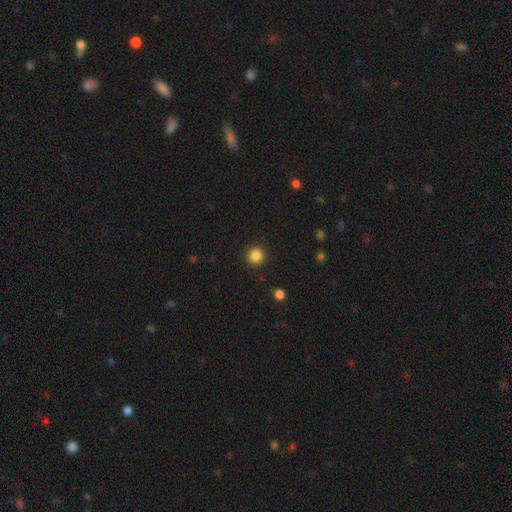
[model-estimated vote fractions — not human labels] Smooth or featured?
  - smooth: 85% *
  - star or artifact: 12%
  - featured or disk: 3%
How rounded?
  - round: 94% *
  - in between: 5%
  - cigar-shaped: 1%
Merging?
  - none: 91% *
  - minor disturbance: 5%
  - major disturbance: 2%
  - merger: 1%